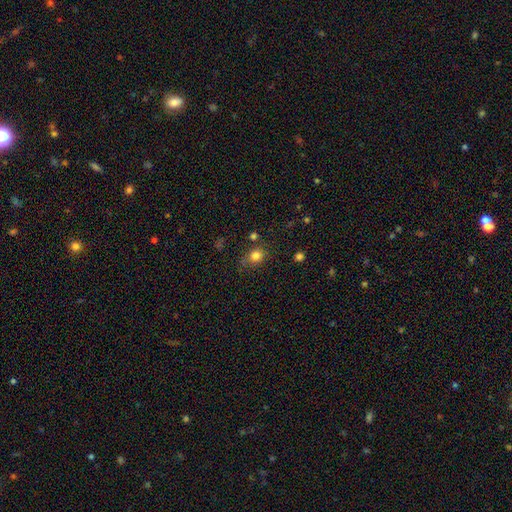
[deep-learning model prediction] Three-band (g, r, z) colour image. It shows a smooth galaxy with no disk features (81%) that is round (71%). Merging: none (72%).